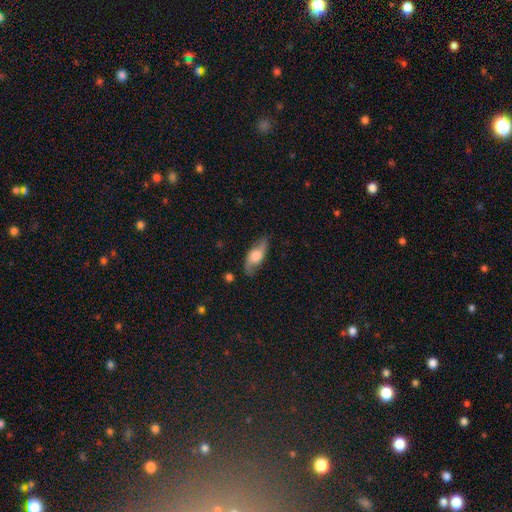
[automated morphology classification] Smooth or featured: featured or disk — 52% (smooth — 42%)
Edge-on disk: no — 67% (yes — 33%)
Merging: none — 78% (minor disturbance — 16%)